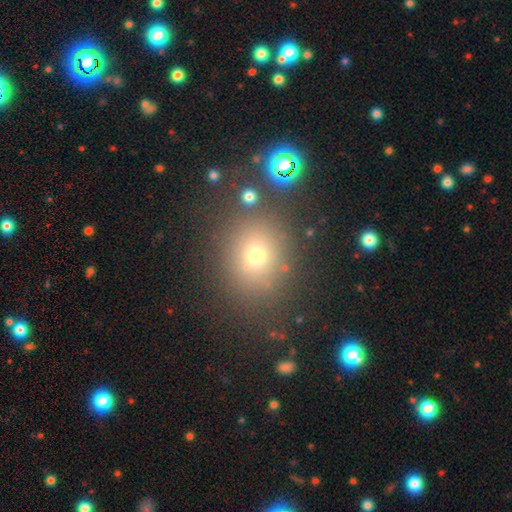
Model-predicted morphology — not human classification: This appears to be a smooth galaxy with no disk features (67%) that is round (67%). Merging: none (80%).